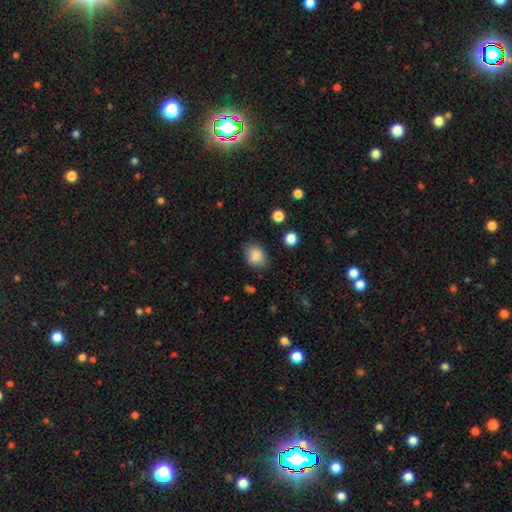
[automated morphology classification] This is clearly a smooth galaxy (86%). How rounded: likely in between (67%). Merging: likely none (79%).